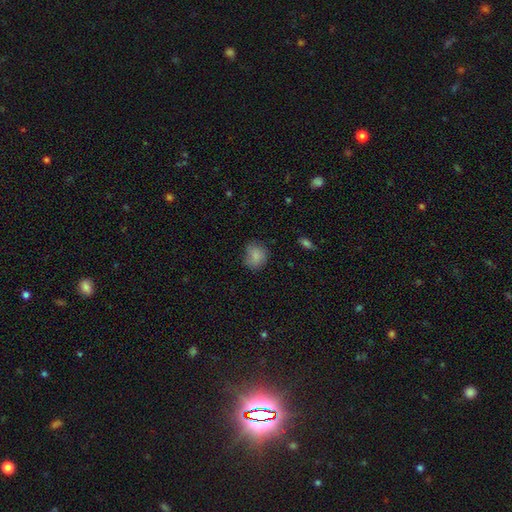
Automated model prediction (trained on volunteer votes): Overall: smooth (82%). How rounded: round (70%). Merging: none (68%).